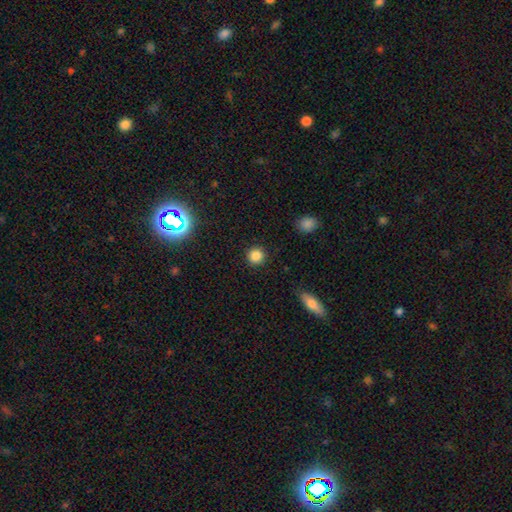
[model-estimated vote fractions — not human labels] Morphology: type=smooth (84%); roundness=round (94%); merging=none (91%).